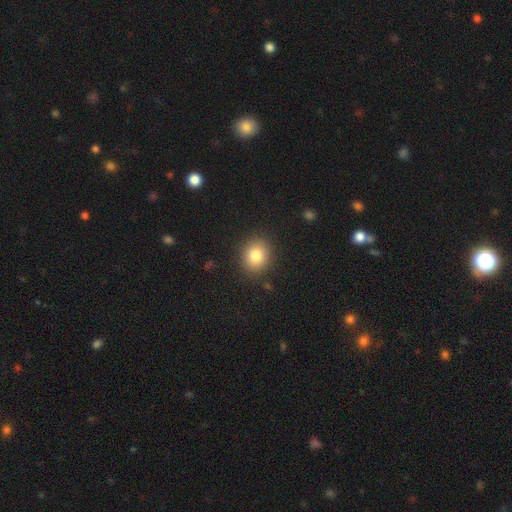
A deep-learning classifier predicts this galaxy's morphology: Overall: smooth (81%). How rounded: round (74%). Merging: none (89%).